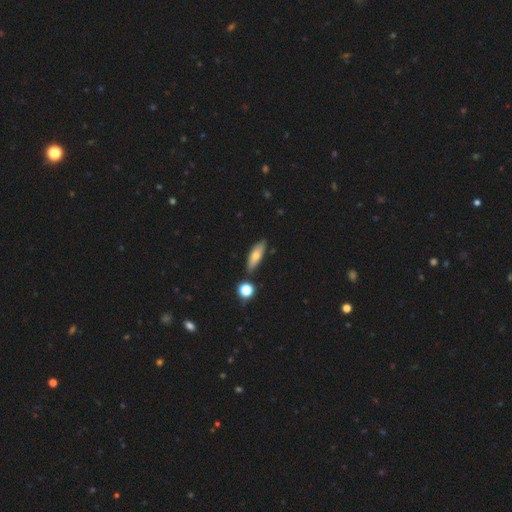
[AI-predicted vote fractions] This is likely a smooth galaxy (68%). How rounded: likely in between (61%). Merging: clearly none (81%).